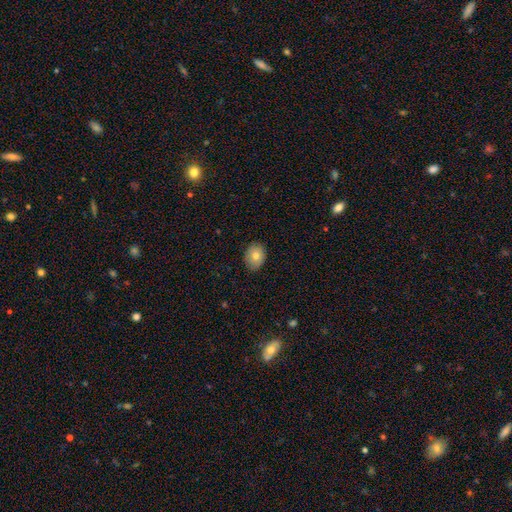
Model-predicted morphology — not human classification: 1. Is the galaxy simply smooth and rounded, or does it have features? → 79% smooth, 13% featured or disk, 8% star or artifact.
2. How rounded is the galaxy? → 61% in between, 38% round, 1% cigar-shaped.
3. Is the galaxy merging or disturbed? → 86% none, 11% minor disturbance, 2% major disturbance, 1% merger.